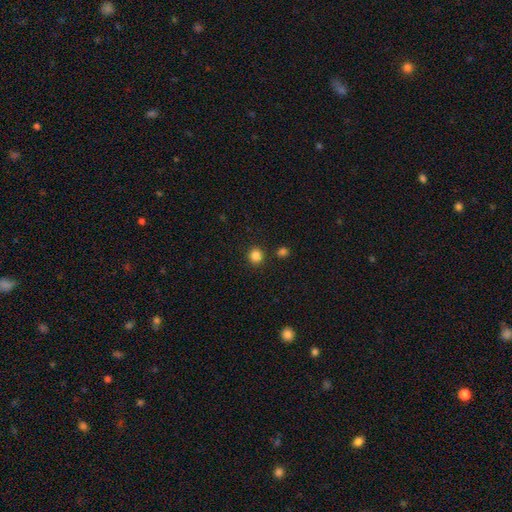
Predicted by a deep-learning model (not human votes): Q: Smooth or featured?
A: smooth (84%); runner-up: star or artifact (12%)
Q: How rounded?
A: round (90%); runner-up: in between (9%)
Q: Merging?
A: none (89%); runner-up: minor disturbance (6%)